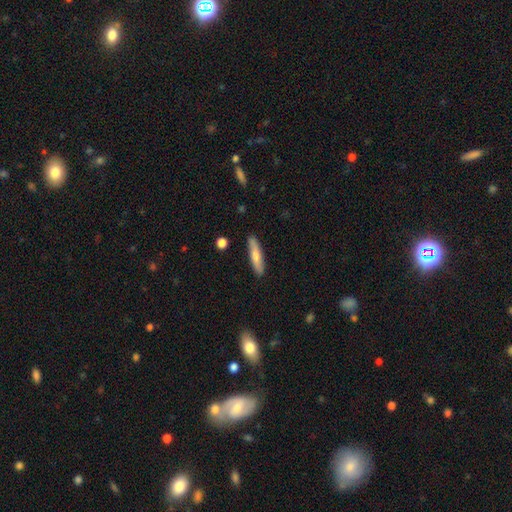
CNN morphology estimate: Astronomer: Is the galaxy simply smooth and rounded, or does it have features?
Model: smooth — 72%.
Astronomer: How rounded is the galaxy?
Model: cigar-shaped — 82%.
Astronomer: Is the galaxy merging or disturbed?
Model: none — 88%.